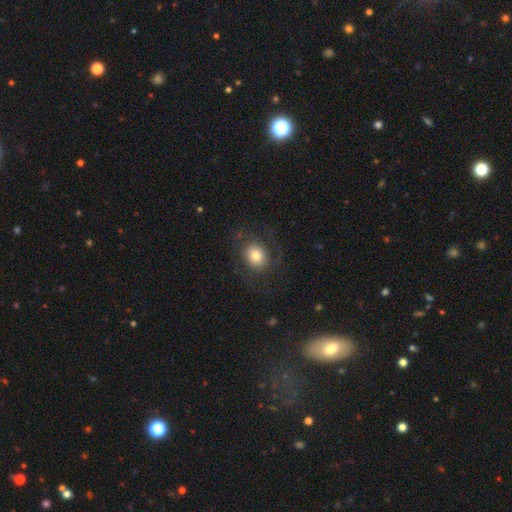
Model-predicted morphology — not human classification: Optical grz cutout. It shows a smooth galaxy with no disk features (71%) that is round (65%). Merging: none (74%).